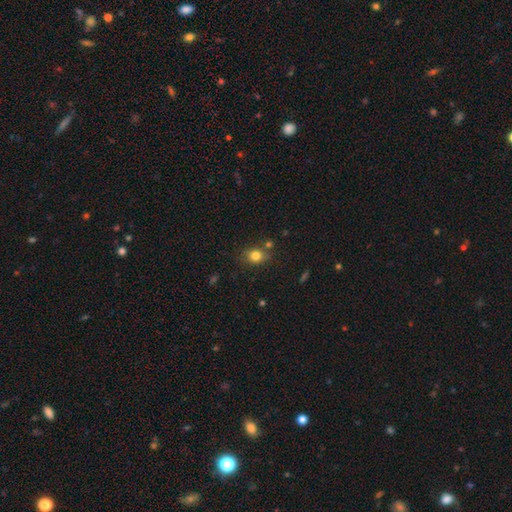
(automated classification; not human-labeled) This is likely a smooth galaxy (80%). How rounded: possibly round (55%). Merging: likely none (71%).